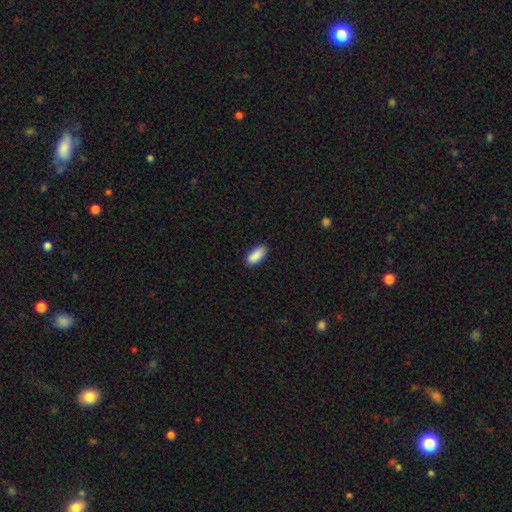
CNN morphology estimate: Smooth or featured? Predicted: smooth (p=0.90). How rounded? Predicted: in between (p=0.86). Merging? Predicted: none (p=0.86).